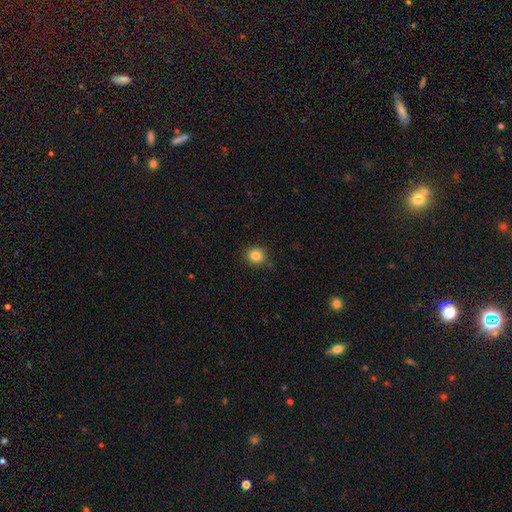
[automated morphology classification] smooth_or_featured: smooth (p=0.83) [alt: star or artifact p=0.12]
how_rounded: round (p=0.89) [alt: in between p=0.10]
merging: none (p=0.83) [alt: minor disturbance p=0.13]